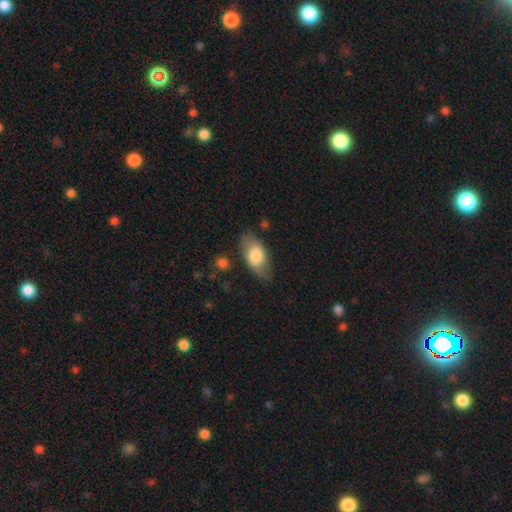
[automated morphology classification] Smooth or featured? smooth (73%)
How rounded? in between (90%)
Merging? none (74%)